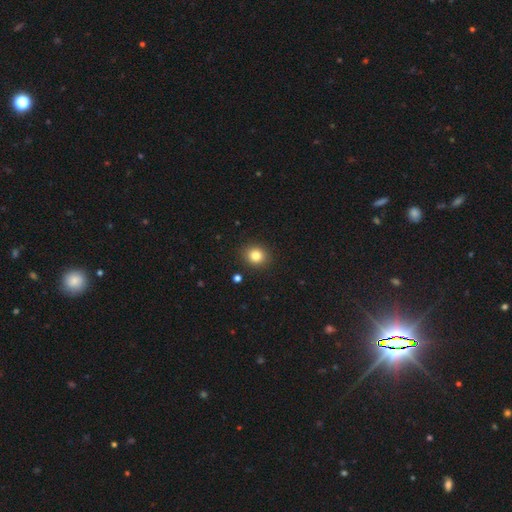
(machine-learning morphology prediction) Smooth or featured?
  - smooth: 83% *
  - star or artifact: 11%
  - featured or disk: 6%
How rounded?
  - round: 80% *
  - in between: 19%
  - cigar-shaped: 1%
Merging?
  - none: 90% *
  - minor disturbance: 6%
  - major disturbance: 2%
  - merger: 1%